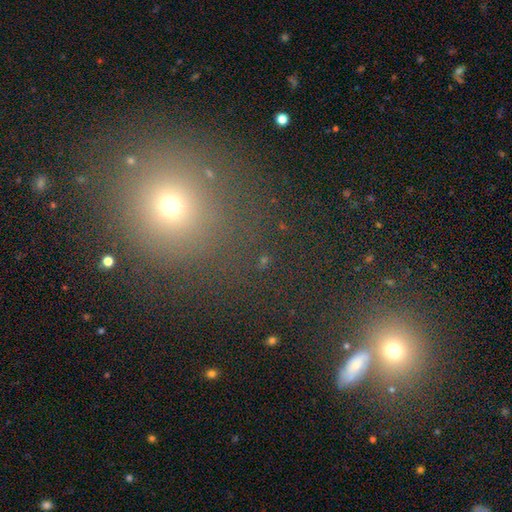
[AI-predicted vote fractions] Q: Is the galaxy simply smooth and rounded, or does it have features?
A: smooth — 56%.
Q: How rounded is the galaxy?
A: round — 83%.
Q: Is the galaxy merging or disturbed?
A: none — 80%.